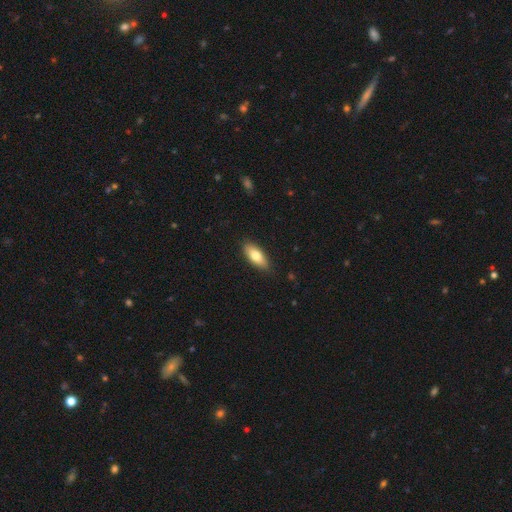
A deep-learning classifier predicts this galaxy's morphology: smooth 77%, featured or disk 17%, star or artifact 6%. Down the decision tree: how rounded — in between (80%); merging — none (87%).